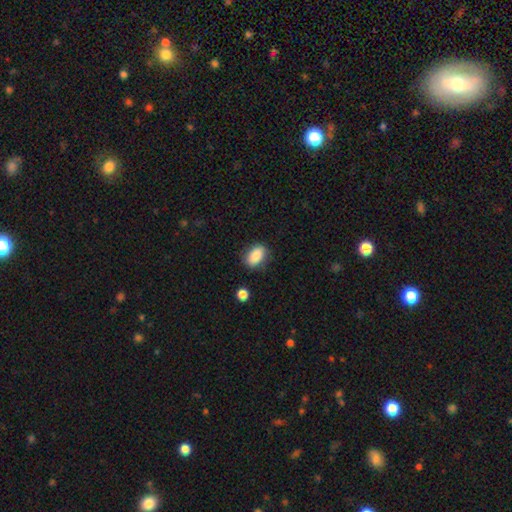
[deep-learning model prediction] Smooth or featured? smooth (86%)
How rounded? in between (87%)
Merging? none (80%)